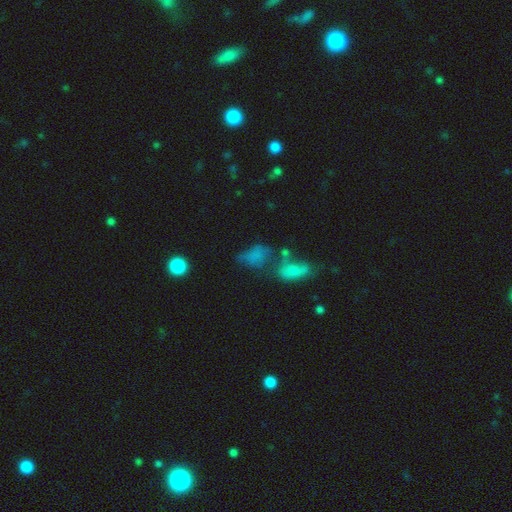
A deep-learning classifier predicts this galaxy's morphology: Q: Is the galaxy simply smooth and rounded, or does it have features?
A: smooth — 64%.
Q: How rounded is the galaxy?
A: in between — 78%.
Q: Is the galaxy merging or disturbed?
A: merger — 29%.